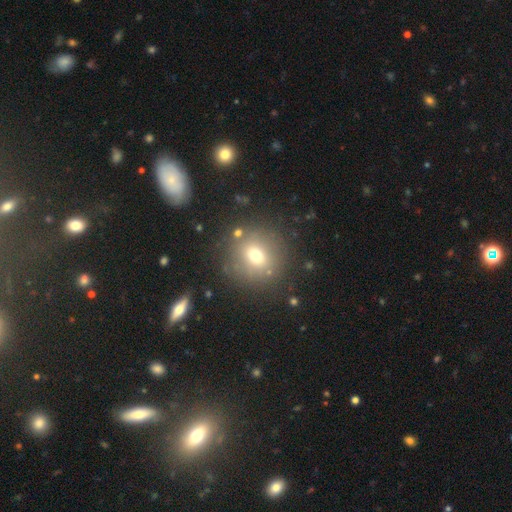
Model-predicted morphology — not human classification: The model was most divided on "smooth or featured": smooth: 68%, star or artifact: 16%, featured or disk: 16%. More confident: how rounded — round (85%); merging — none (82%).